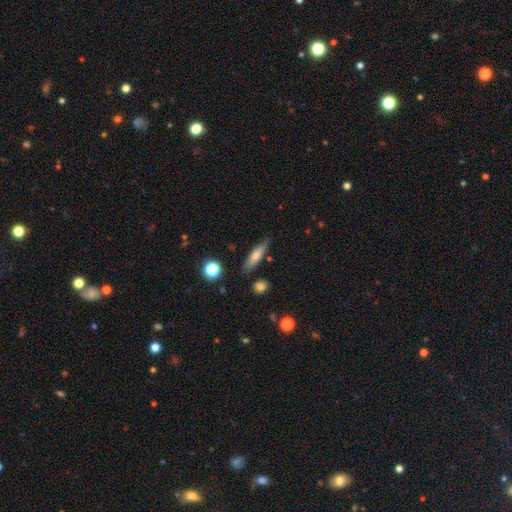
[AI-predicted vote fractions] smooth 63%, featured or disk 29%, star or artifact 8%. Down the decision tree: how rounded — cigar-shaped (67%); merging — none (80%).